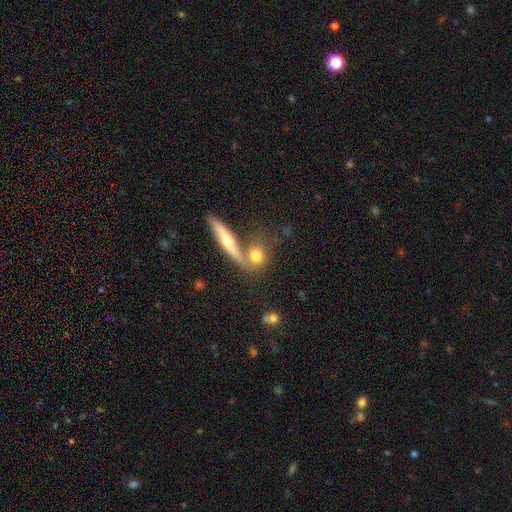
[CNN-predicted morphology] smooth_or_featured: smooth (p=0.69) [alt: featured or disk p=0.22]
how_rounded: round (p=0.67) [alt: in between p=0.21]
merging: none (p=0.58) [alt: merger p=0.28]